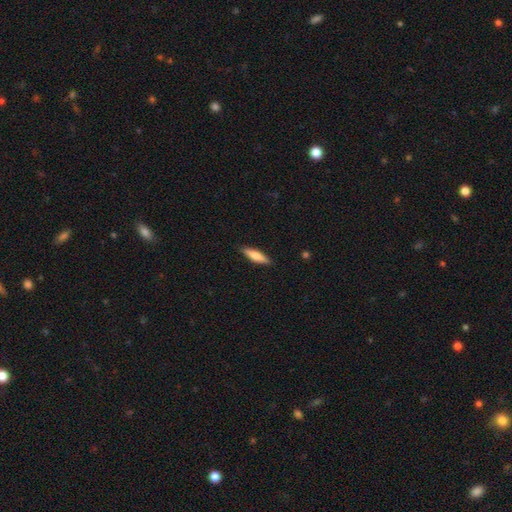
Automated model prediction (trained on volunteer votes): Smooth or featured?
  - smooth: 67% *
  - featured or disk: 28%
  - star or artifact: 6%
How rounded?
  - cigar-shaped: 73% *
  - in between: 26%
  - round: 2%
Merging?
  - none: 89% *
  - minor disturbance: 8%
  - major disturbance: 2%
  - merger: 1%